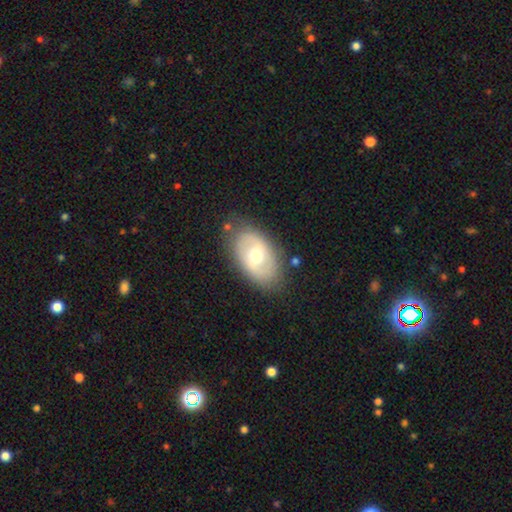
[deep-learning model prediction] A featured or disk galaxy (55%) with no bar (44%), spiral arms (55%) and a moderate central bulge (71%).

Vote fractions:
- Smooth or featured? featured or disk: 55% / smooth: 39% / star or artifact: 6%
- Edge-on disk? no: 93% / yes: 7%
- Bar? no: 44% / weak: 42% / strong: 14%
- Spiral arms? yes: 55% / no: 45%
- Bulge size? moderate: 71% / small: 18% / large: 9% / dominant: 1% / none: 1%
- Merging? none: 79% / minor disturbance: 15% / major disturbance: 4% / merger: 2%